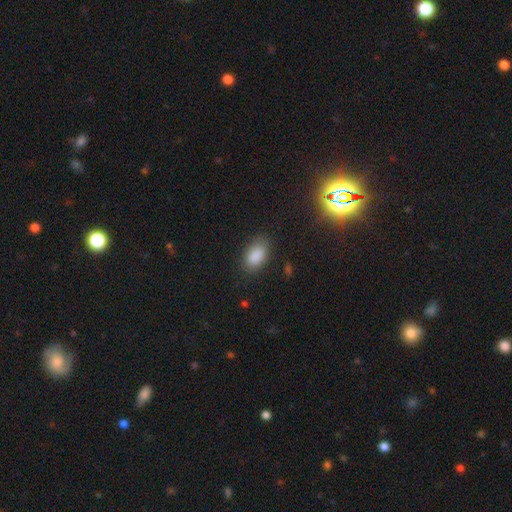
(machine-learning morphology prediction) The model was most divided on "merging": none: 80%, minor disturbance: 14%, major disturbance: 4%, merger: 1%. More confident: how rounded — in between (91%); smooth or featured — smooth (87%).